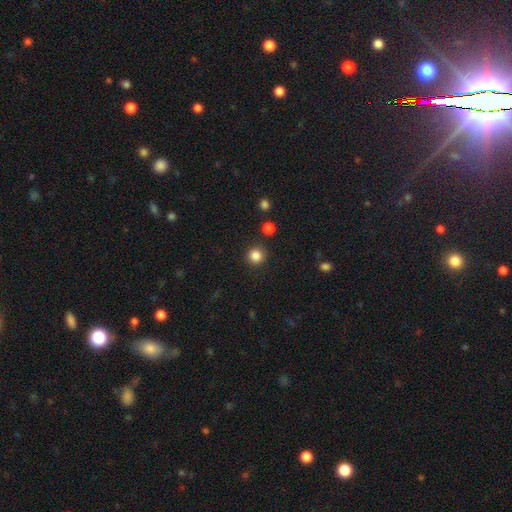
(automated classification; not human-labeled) Morphology: type=smooth (85%); roundness=round (94%); merging=none (90%).